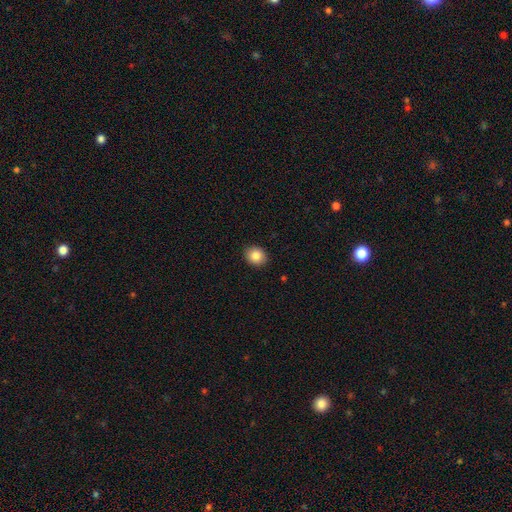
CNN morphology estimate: smooth_or_featured: smooth (p=0.86) [alt: star or artifact p=0.09]
how_rounded: round (p=0.64) [alt: in between p=0.35]
merging: none (p=0.91) [alt: minor disturbance p=0.06]